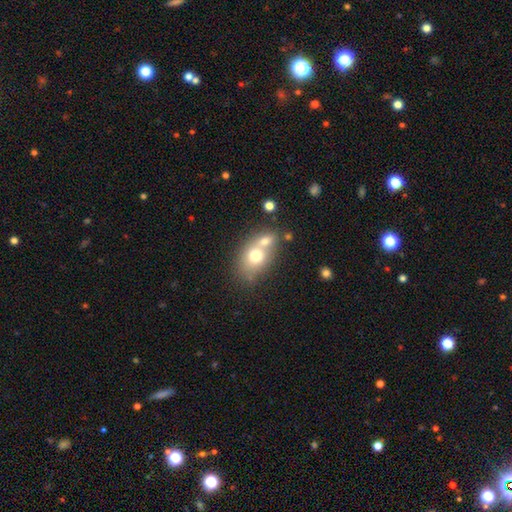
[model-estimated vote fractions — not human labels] Smooth or featured?
  - smooth: 69% *
  - featured or disk: 21%
  - star or artifact: 10%
How rounded?
  - in between: 63% *
  - round: 35%
  - cigar-shaped: 2%
Merging?
  - merger: 53% *
  - none: 33%
  - minor disturbance: 10%
  - major disturbance: 4%